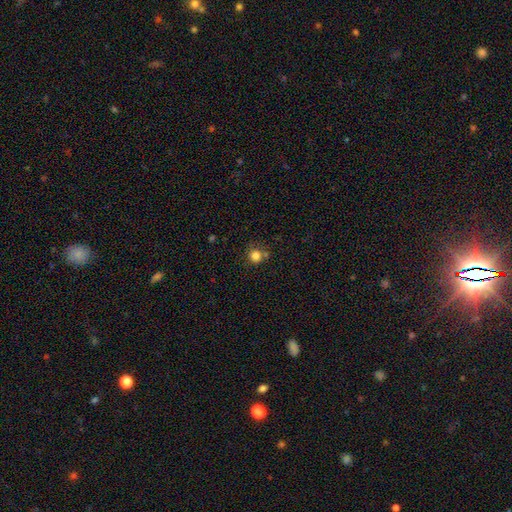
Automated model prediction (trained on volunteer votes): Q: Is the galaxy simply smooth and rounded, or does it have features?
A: smooth — 82%.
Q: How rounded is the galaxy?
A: round — 92%.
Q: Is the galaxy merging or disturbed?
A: none — 71%.